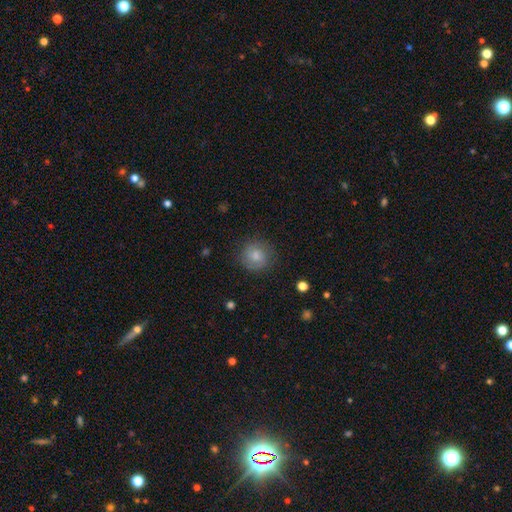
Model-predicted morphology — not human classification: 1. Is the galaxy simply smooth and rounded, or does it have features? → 73% smooth, 19% featured or disk, 8% star or artifact.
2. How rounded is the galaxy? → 88% round, 11% in between, 1% cigar-shaped.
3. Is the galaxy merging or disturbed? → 78% none, 15% minor disturbance, 6% major disturbance, 1% merger.